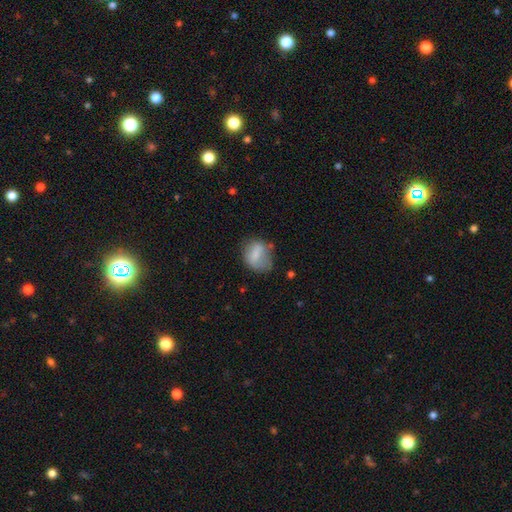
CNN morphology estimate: type=smooth (72%); roundness=in between (56%); merging=none (50%).